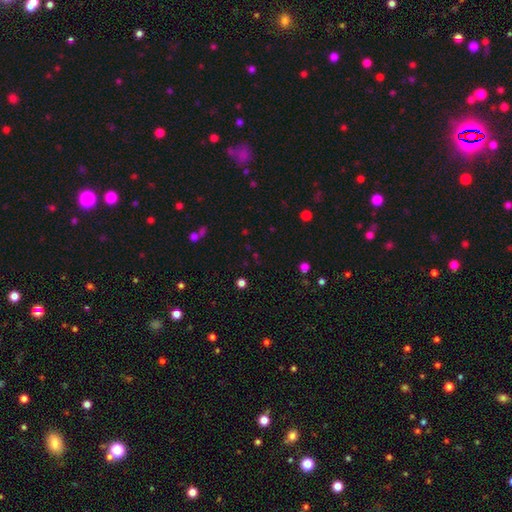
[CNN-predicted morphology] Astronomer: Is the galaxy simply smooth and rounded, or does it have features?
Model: star or artifact — 55% (runner-up: smooth, 37%).